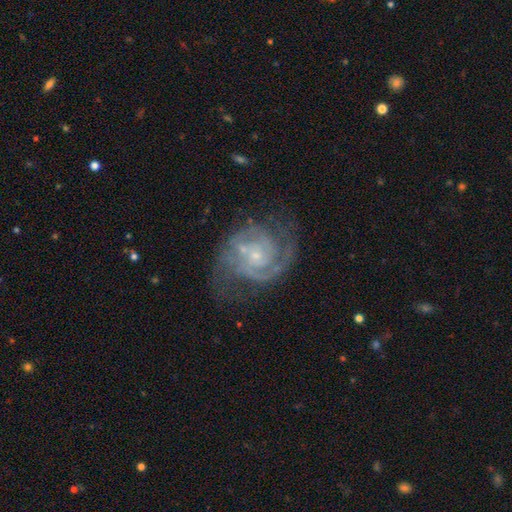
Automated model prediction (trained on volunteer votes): Q: Smooth or featured?
A: featured or disk (87%); runner-up: smooth (6%)
Q: Edge-on disk?
A: no (98%); runner-up: yes (2%)
Q: Bar?
A: no (66%); runner-up: weak (28%)
Q: Spiral arms?
A: yes (96%); runner-up: no (4%)
Q: Spiral winding?
A: tight (52%); runner-up: medium (39%)
Q: Spiral arm count?
A: 2 (54%); runner-up: can't tell (18%)
Q: Bulge size?
A: small (77%); runner-up: moderate (17%)
Q: Merging?
A: none (58%); runner-up: minor disturbance (20%)